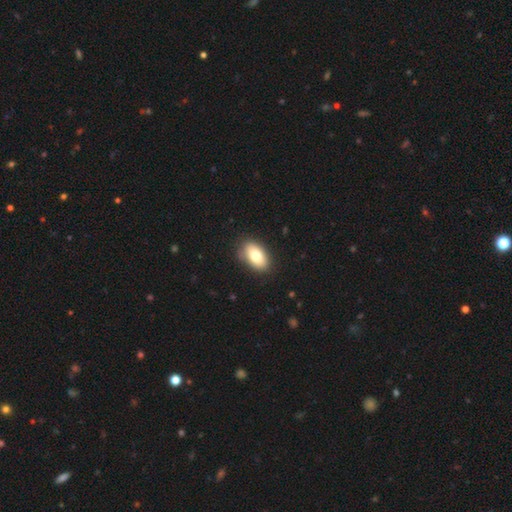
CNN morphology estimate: The model was most divided on "smooth or featured": smooth: 79%, featured or disk: 14%, star or artifact: 7%. More confident: how rounded — in between (92%); merging — none (84%).